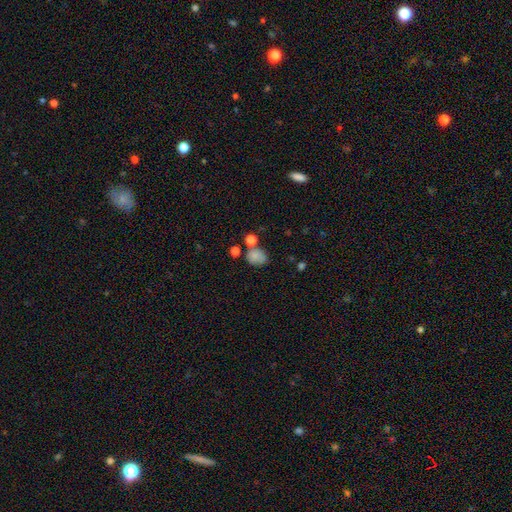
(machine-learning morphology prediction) A smooth galaxy with no disk features (78%) that is round (57%). Merging: none (54%).